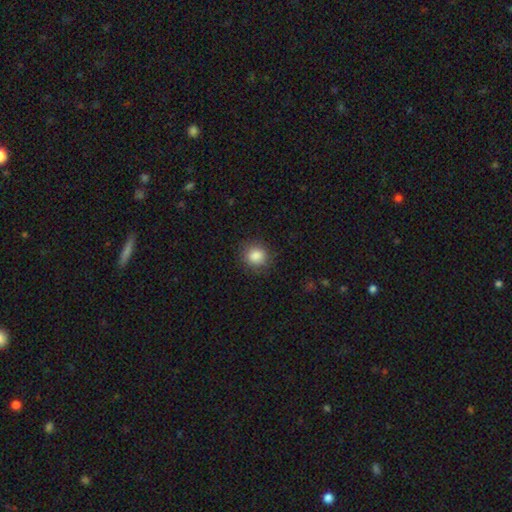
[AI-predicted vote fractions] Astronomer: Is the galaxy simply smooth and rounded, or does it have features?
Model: smooth — 86%.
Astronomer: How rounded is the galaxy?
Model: round — 85%.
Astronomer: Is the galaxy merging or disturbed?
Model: none — 87%.